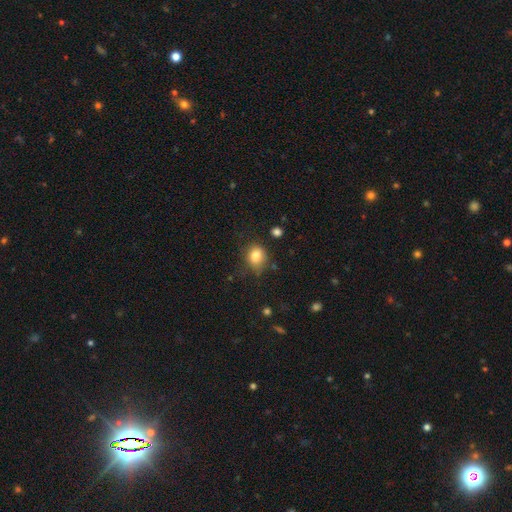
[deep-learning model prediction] Morphology: type=smooth (82%); roundness=round (54%); merging=none (62%).